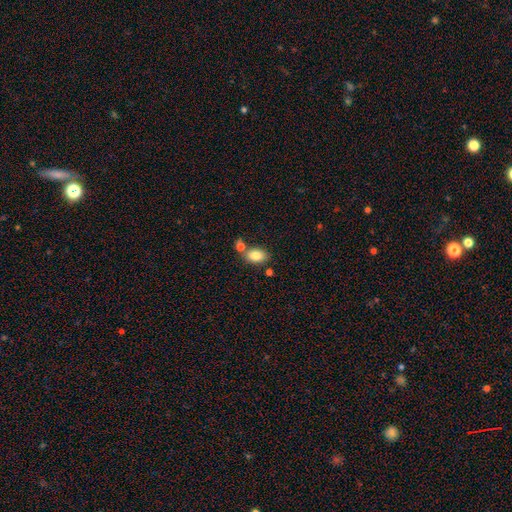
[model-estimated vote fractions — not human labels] smooth 82%, featured or disk 10%, star or artifact 8%. Down the decision tree: how rounded — in between (87%); merging — none (60%).